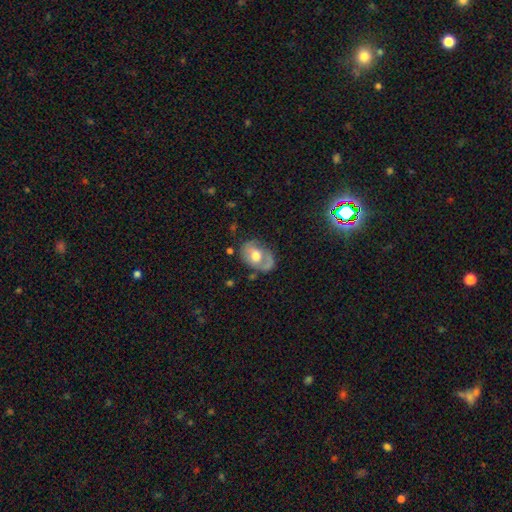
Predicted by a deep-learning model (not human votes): Q: Smooth or featured?
A: featured or disk (55%); runner-up: smooth (38%)
Q: Edge-on disk?
A: no (94%); runner-up: yes (6%)
Q: Bar?
A: no (69%); runner-up: weak (24%)
Q: Spiral arms?
A: yes (50%); tied with: no (50%)
Q: Bulge size?
A: moderate (64%); runner-up: large (27%)
Q: Merging?
A: none (59%); runner-up: minor disturbance (25%)